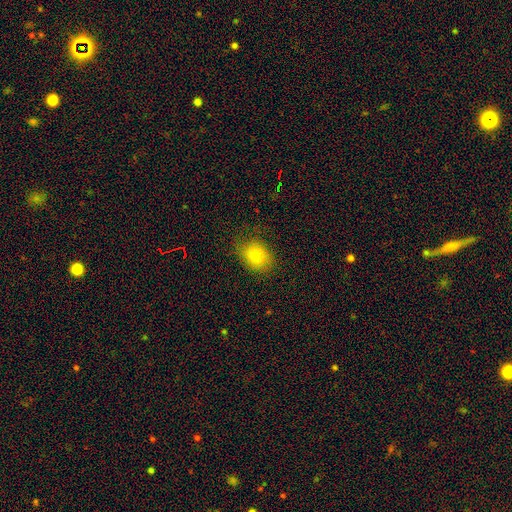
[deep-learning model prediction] A smooth galaxy with no disk features (81%) that is in between round and cigar-shaped (57%).

Vote fractions:
- Smooth or featured? smooth: 81% / star or artifact: 10% / featured or disk: 8%
- How rounded? in between: 57% / round: 42% / cigar-shaped: 1%
- Merging? none: 75% / minor disturbance: 19% / major disturbance: 5% / merger: 1%